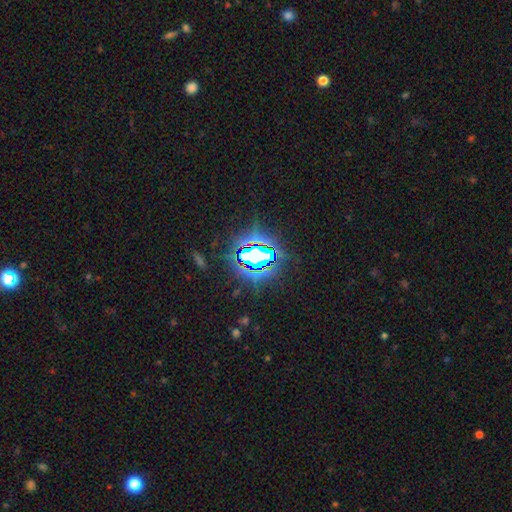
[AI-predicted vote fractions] A star or artifact, not a galaxy (78%).

Vote fractions:
- Smooth or featured? star or artifact: 78% / smooth: 11% / featured or disk: 11%